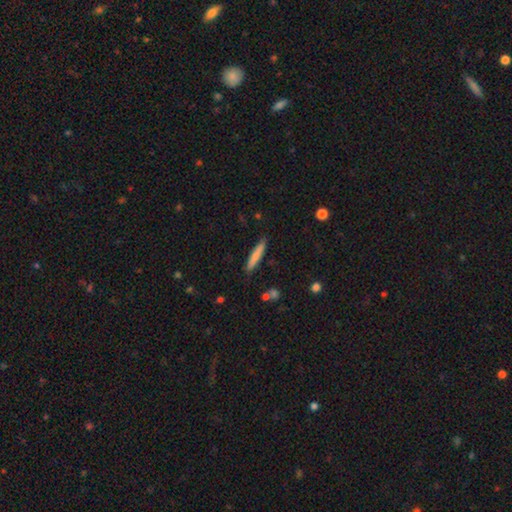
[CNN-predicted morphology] smooth 76%, featured or disk 19%, star or artifact 6%. Down the decision tree: how rounded — cigar-shaped (92%); merging — none (86%).